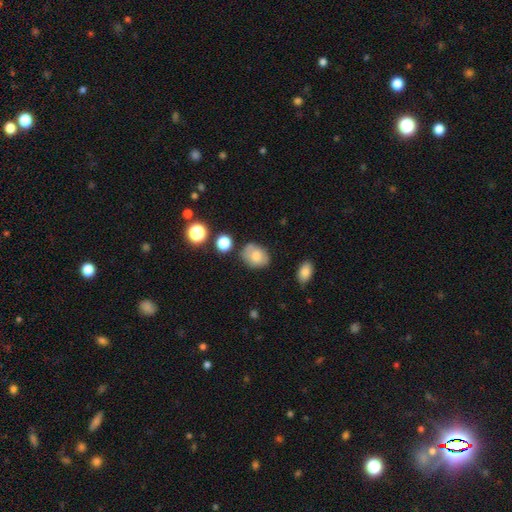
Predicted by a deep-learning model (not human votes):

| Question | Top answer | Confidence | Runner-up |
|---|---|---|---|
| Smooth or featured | smooth | 73% | featured or disk (17%) |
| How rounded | in between | 60% | round (39%) |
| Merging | none | 66% | minor disturbance (22%) |